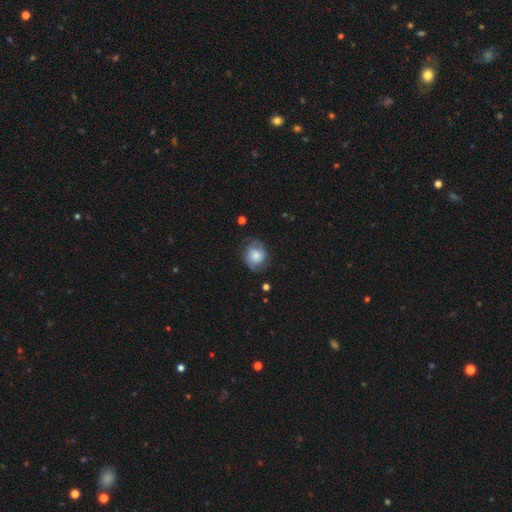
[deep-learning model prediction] Smooth or featured?
  - smooth: 56% *
  - featured or disk: 36%
  - star or artifact: 8%
How rounded?
  - round: 65% *
  - in between: 34%
  - cigar-shaped: 1%
Merging?
  - none: 64% *
  - minor disturbance: 24%
  - major disturbance: 10%
  - merger: 1%